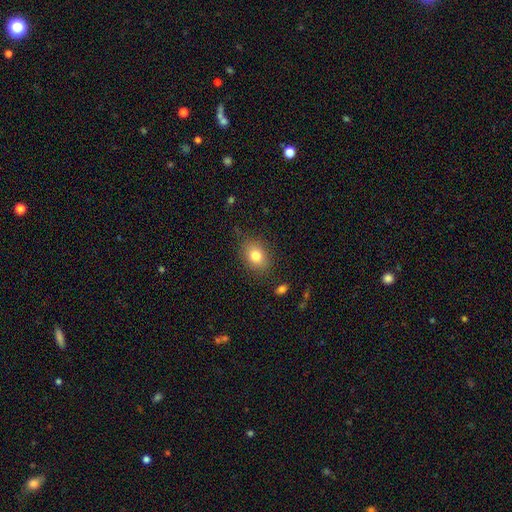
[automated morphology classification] Smooth or featured? smooth (80%)
How rounded? in between (63%)
Merging? none (82%)